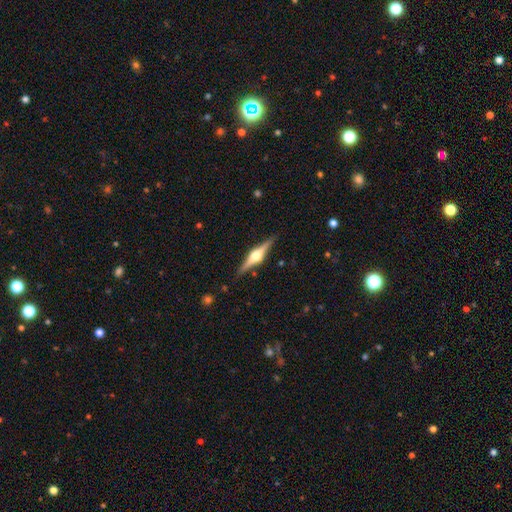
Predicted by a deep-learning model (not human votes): Smooth or featured: featured or disk — 81% (smooth — 14%)
Edge-on disk: yes — 98% (no — 2%)
Edge-on bulge: rounded — 94% (boxy — 5%)
Merging: none — 89% (minor disturbance — 8%)